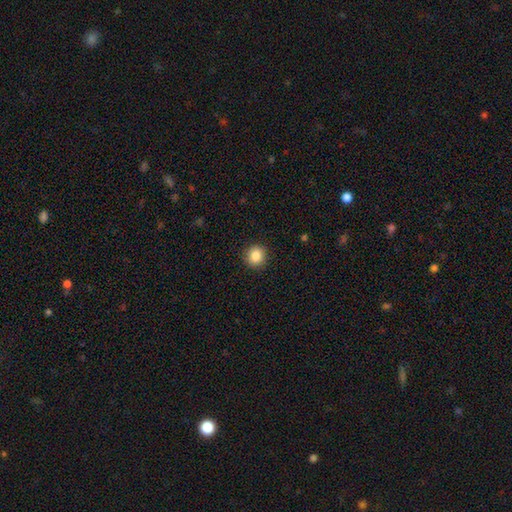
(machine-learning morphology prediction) A smooth galaxy with no disk features (86%) that is round (92%). Merging: none (92%).